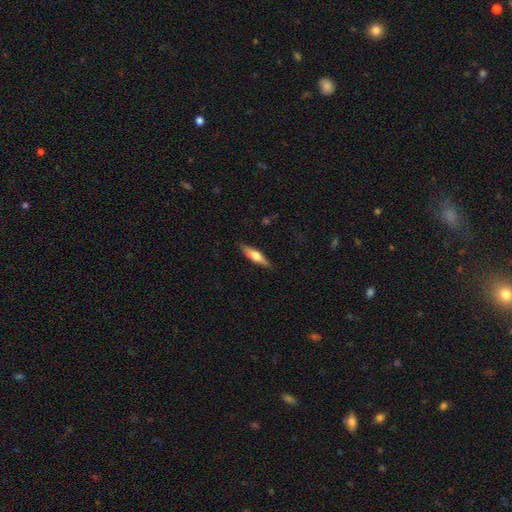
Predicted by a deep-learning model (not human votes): A featured or disk galaxy (47%, tied with smooth). Merging: none (86%).